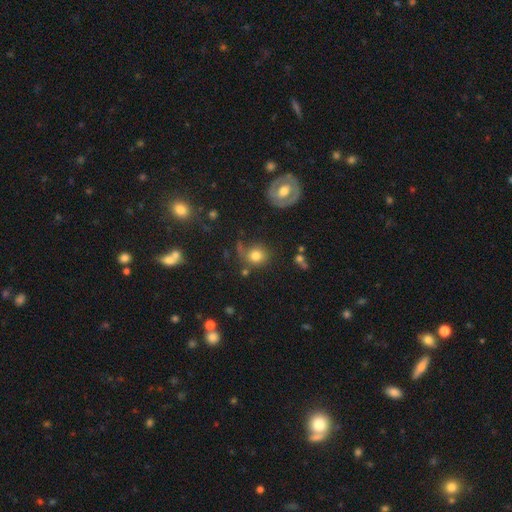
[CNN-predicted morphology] A smooth galaxy with no disk features (74%) that is round (83%).

Vote fractions:
- Smooth or featured? smooth: 74% / featured or disk: 14% / star or artifact: 12%
- How rounded? round: 83% / in between: 16% / cigar-shaped: 1%
- Merging? none: 61% / minor disturbance: 20% / major disturbance: 12% / merger: 8%